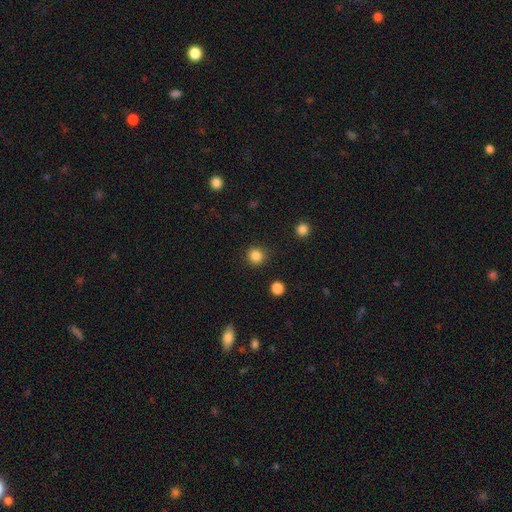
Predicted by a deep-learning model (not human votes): Overall: smooth (85%). How rounded: round (93%). Merging: none (90%).